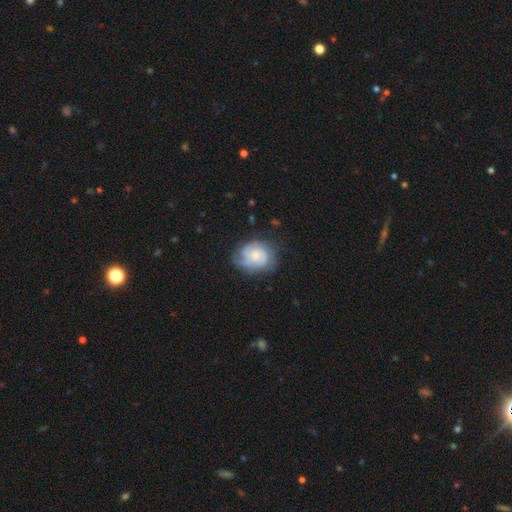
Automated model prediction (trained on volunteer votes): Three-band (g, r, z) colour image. It shows a featured or disk galaxy (70%) with no bar (73%), tight (53%) spiral arms (92%) and a small central bulge (57%). Merging: none (64%).